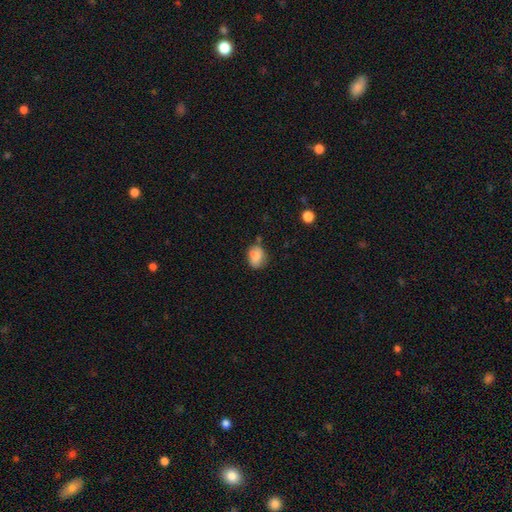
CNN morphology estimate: Q: Smooth or featured?
A: smooth (76%); runner-up: featured or disk (14%)
Q: How rounded?
A: in between (58%); runner-up: round (41%)
Q: Merging?
A: none (54%); runner-up: minor disturbance (29%)